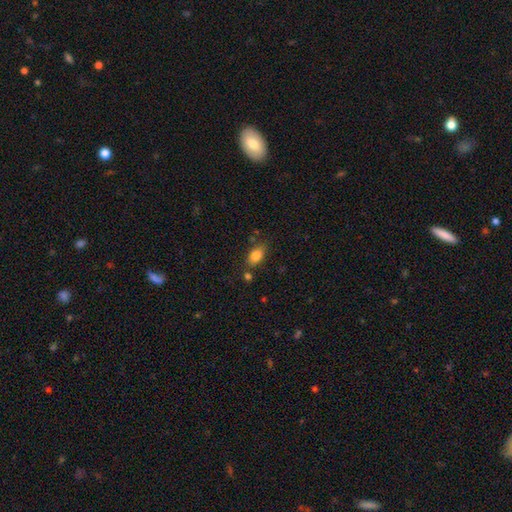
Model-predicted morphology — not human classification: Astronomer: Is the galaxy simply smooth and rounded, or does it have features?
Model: smooth — 83%.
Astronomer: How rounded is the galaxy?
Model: in between — 84%.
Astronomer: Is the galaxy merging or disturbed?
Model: none — 71%.